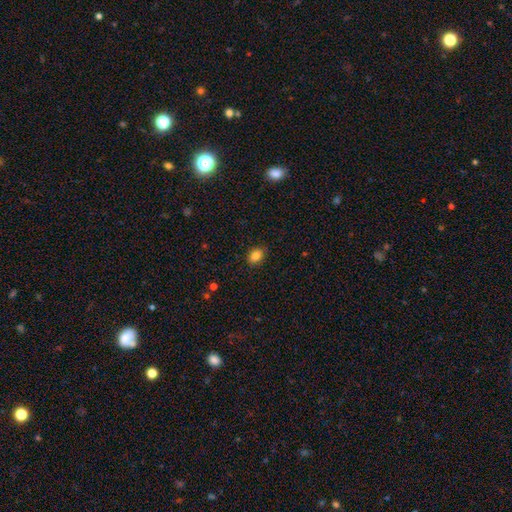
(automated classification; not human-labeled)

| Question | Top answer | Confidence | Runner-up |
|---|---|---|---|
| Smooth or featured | smooth | 84% | star or artifact (10%) |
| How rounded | in between | 66% | round (33%) |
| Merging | none | 85% | minor disturbance (11%) |